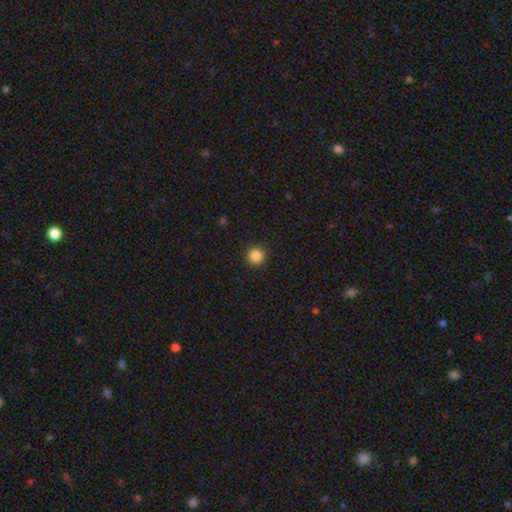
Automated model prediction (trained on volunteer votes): A smooth galaxy with no disk features (85%) that is round (95%).

Vote fractions:
- Smooth or featured? smooth: 85% / star or artifact: 11% / featured or disk: 4%
- How rounded? round: 95% / in between: 4% / cigar-shaped: 1%
- Merging? none: 92% / minor disturbance: 5% / major disturbance: 2% / merger: 1%